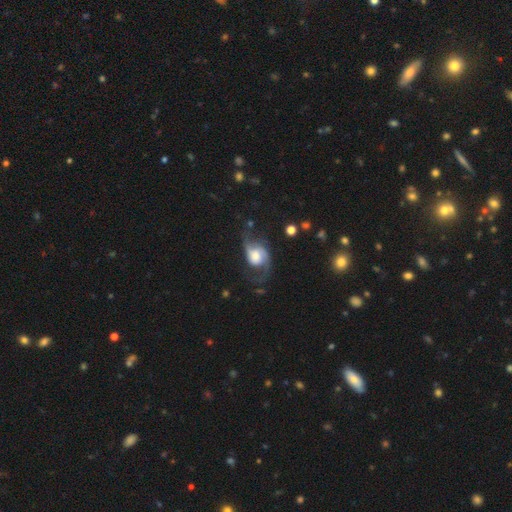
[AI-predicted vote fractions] The model was most divided on "bulge size": large: 41%, moderate: 28%, small: 12%, dominant: 10%, none: 8%. Remaining: edge-on disk — no (97%); spiral arms — yes (94%); spiral arm count — 2 (83%); smooth or featured — featured or disk (77%); bar — no (61%); spiral winding — loose (54%); merging — none (48%).